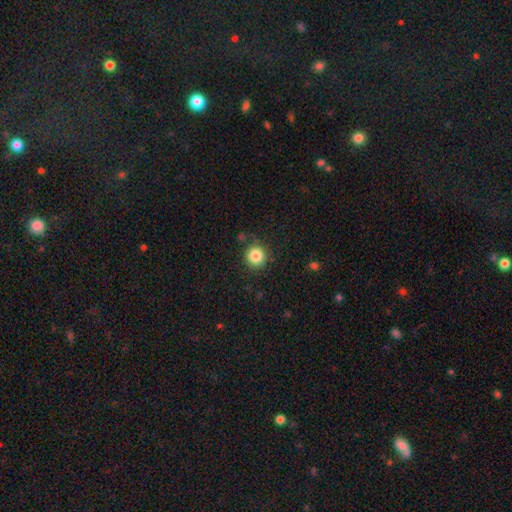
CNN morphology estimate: This is clearly a smooth galaxy (84%). How rounded: clearly round (94%). Merging: clearly none (86%).